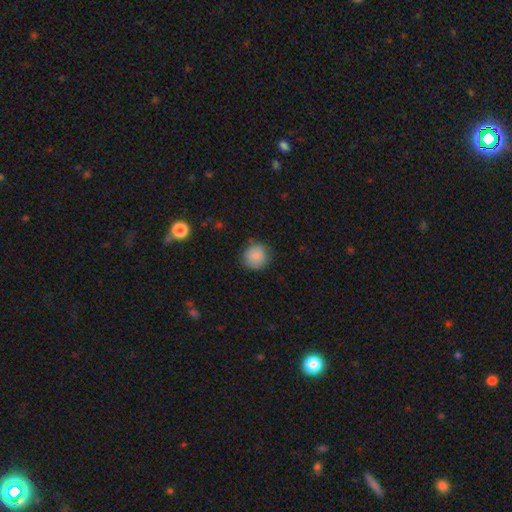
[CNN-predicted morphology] A smooth galaxy with no disk features (87%) that is round (91%). Merging: none (82%).